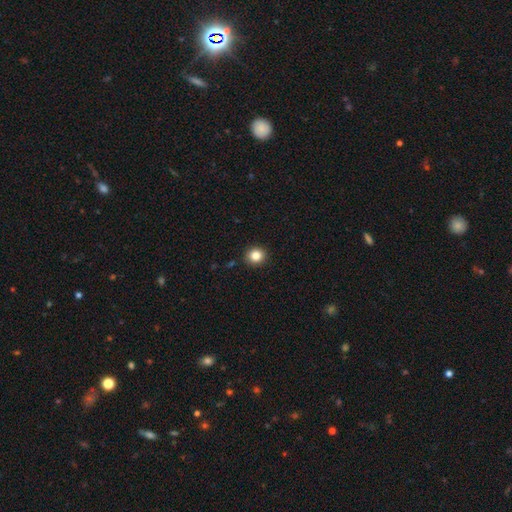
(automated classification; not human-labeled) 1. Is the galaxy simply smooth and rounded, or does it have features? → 84% smooth, 11% star or artifact, 5% featured or disk.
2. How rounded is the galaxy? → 88% round, 11% in between, 1% cigar-shaped.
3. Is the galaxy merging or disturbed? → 92% none, 6% minor disturbance, 2% major disturbance, 1% merger.